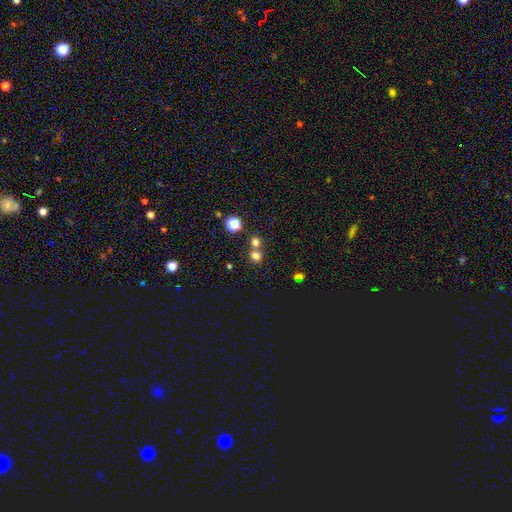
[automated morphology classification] smooth_or_featured: smooth (p=0.73) [alt: star or artifact p=0.20]
how_rounded: round (p=0.86) [alt: in between p=0.13]
merging: none (p=0.57) [alt: merger p=0.34]